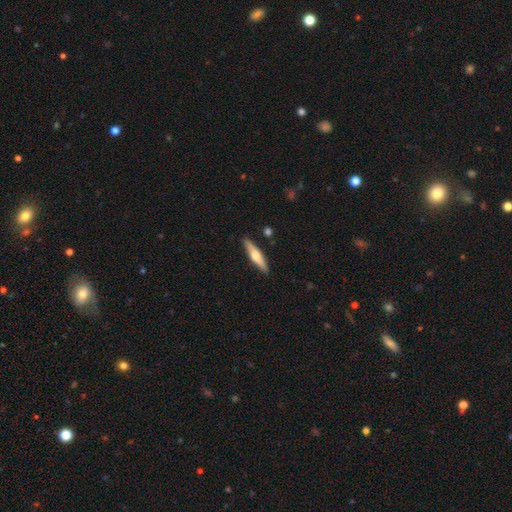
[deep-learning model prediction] smooth-or-featured: featured or disk: 50% | smooth: 45% | star or artifact: 5%
  disk-edge-on: yes: 94% | no: 6%
  merging: none: 89% | minor disturbance: 8% | merger: 2% | major disturbance: 2%